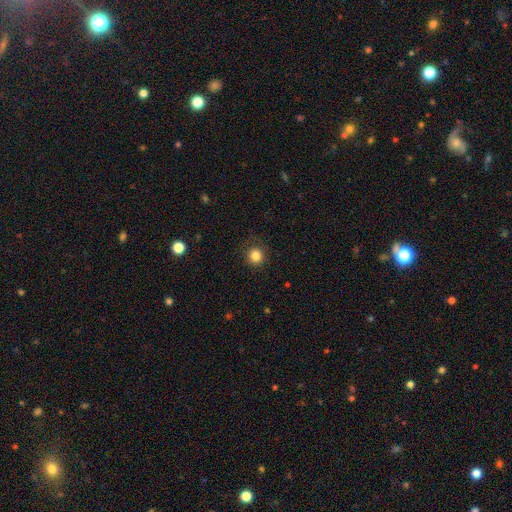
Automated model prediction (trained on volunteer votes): A smooth galaxy with no disk features (83%) that is round (92%). Merging: none (87%).